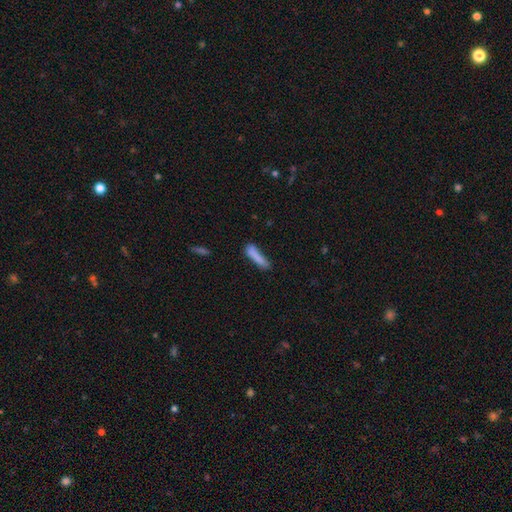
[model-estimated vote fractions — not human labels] Overall: smooth (82%). How rounded: cigar-shaped (85%). Merging: none (66%).